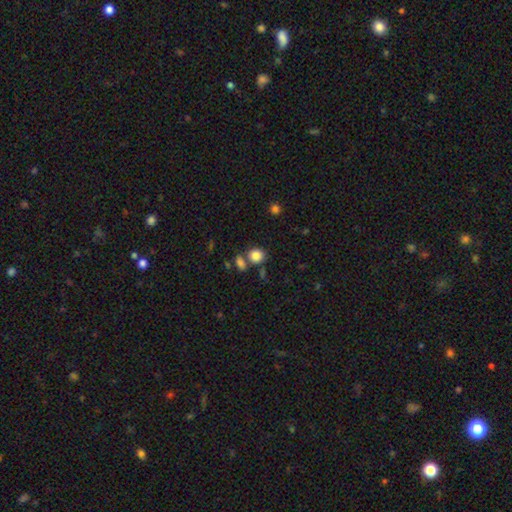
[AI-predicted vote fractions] Q: Smooth or featured?
A: smooth (85%); runner-up: star or artifact (10%)
Q: How rounded?
A: round (77%); runner-up: in between (22%)
Q: Merging?
A: none (65%); runner-up: merger (21%)